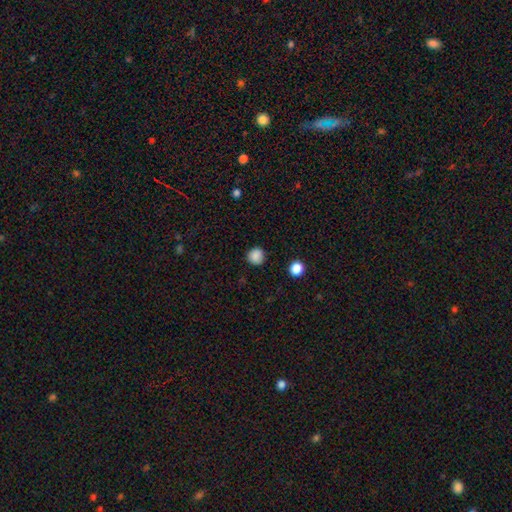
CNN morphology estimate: smooth 87%, star or artifact 11%, featured or disk 3%. Down the decision tree: how rounded — round (92%); merging — none (89%).